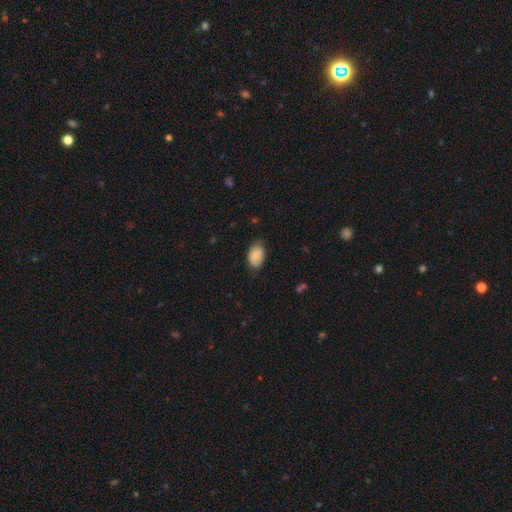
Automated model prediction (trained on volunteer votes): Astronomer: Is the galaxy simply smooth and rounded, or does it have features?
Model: smooth — 83%.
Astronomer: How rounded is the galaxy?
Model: in between — 90%.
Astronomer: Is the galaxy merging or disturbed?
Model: none — 70%.